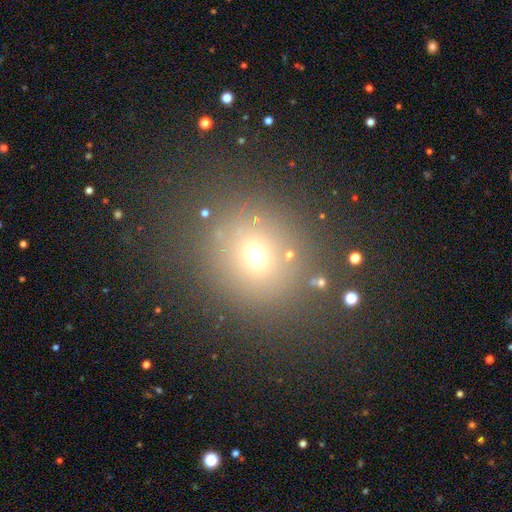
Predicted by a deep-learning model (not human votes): The model was most divided on "smooth or featured": smooth: 63%, star or artifact: 27%, featured or disk: 10%. More confident: merging — none (81%); how rounded — round (74%).